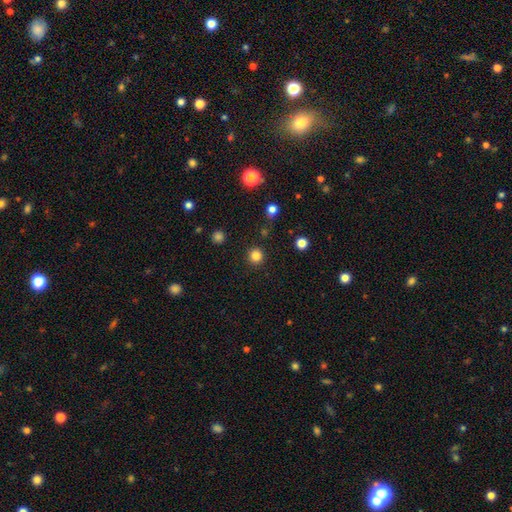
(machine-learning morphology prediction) smooth 83%, star or artifact 13%, featured or disk 4%. Down the decision tree: how rounded — round (94%); merging — none (91%).